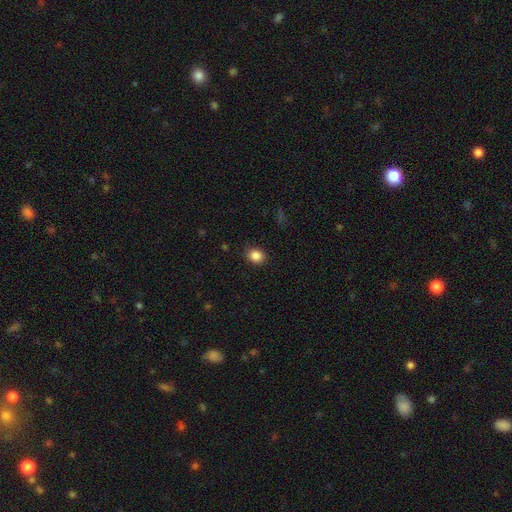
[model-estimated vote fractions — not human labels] Smooth or featured?
  - smooth: 87% *
  - star or artifact: 10%
  - featured or disk: 3%
How rounded?
  - round: 57% *
  - in between: 42%
  - cigar-shaped: 1%
Merging?
  - none: 87% *
  - minor disturbance: 9%
  - major disturbance: 2%
  - merger: 1%